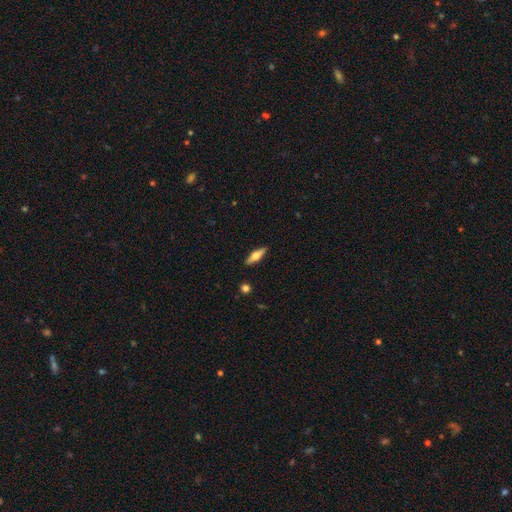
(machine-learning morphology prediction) Smooth or featured: featured or disk — 50% (smooth — 43%)
Edge-on disk: yes — 93% (no — 7%)
Merging: none — 89% (minor disturbance — 8%)